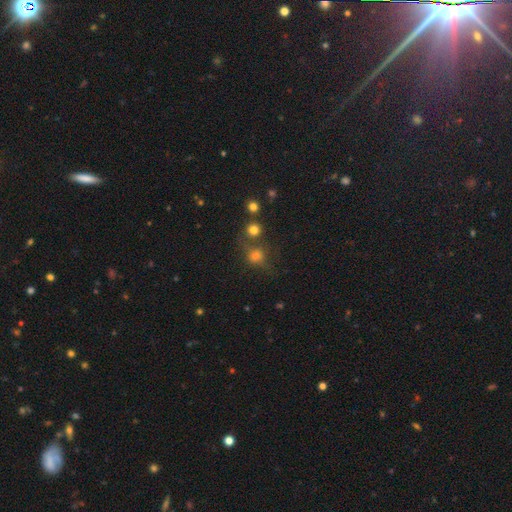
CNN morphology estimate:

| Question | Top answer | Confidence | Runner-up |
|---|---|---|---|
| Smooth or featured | smooth | 65% | star or artifact (22%) |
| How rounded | round | 78% | in between (21%) |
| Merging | none | 52% | merger (23%) |